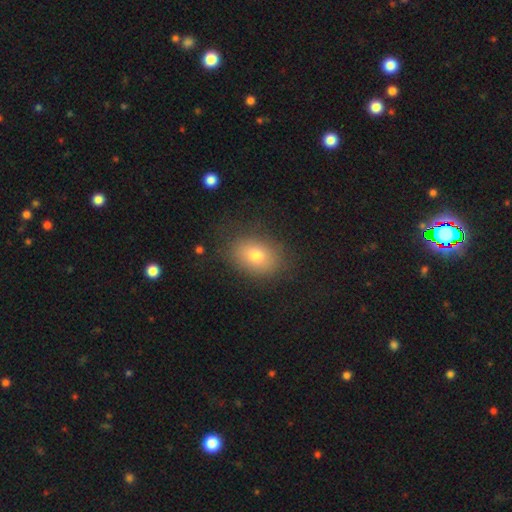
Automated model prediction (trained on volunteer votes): smooth_or_featured: smooth (p=0.76) [alt: featured or disk p=0.13]
how_rounded: in between (p=0.72) [alt: round p=0.27]
merging: none (p=0.80) [alt: minor disturbance p=0.14]